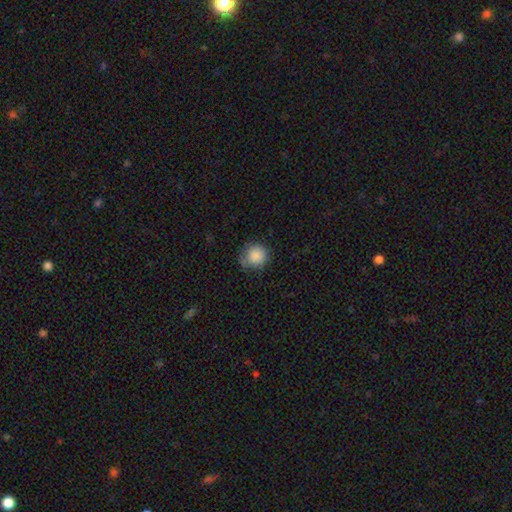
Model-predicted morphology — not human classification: smooth-or-featured: smooth: 87% | star or artifact: 9% | featured or disk: 4%
  how-rounded: round: 93% | in between: 6% | cigar-shaped: 1%
  merging: none: 71% | minor disturbance: 21% | major disturbance: 5% | merger: 3%